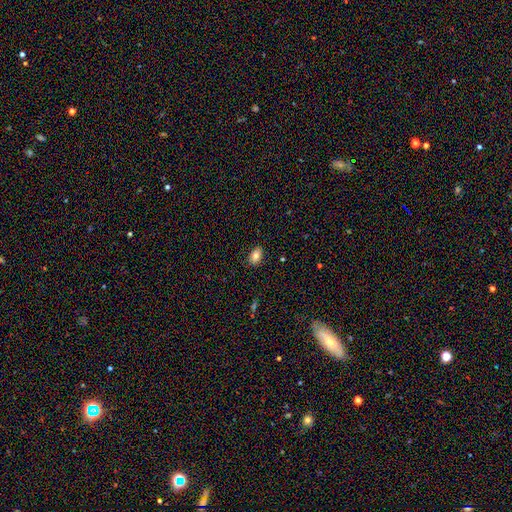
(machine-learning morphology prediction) type=smooth (80%); roundness=in between (87%); merging=none (85%).